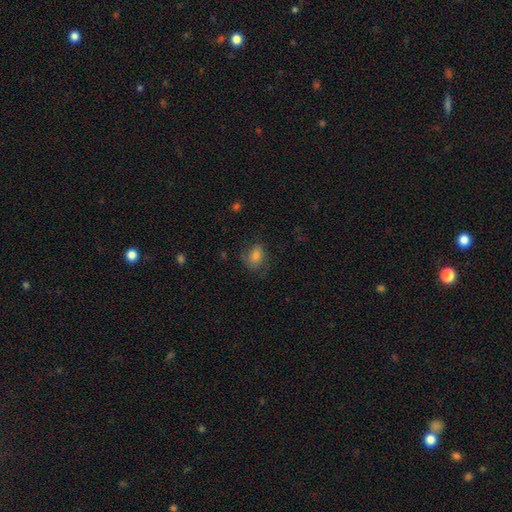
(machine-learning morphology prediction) smooth 60%, featured or disk 26%, star or artifact 14%. Down the decision tree: how rounded — in between (56%); merging — none (64%).